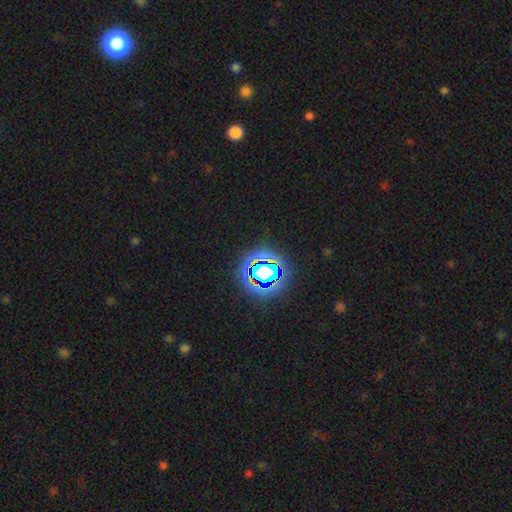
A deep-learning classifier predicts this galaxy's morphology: smooth-or-featured: star or artifact: 82% | smooth: 12% | featured or disk: 6%